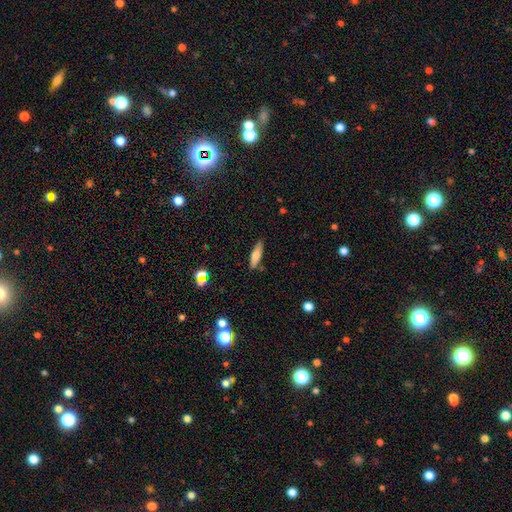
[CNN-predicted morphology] The model was most divided on "how rounded": cigar-shaped: 67%, in between: 31%, round: 2%. More confident: merging — none (79%); smooth or featured — smooth (67%).